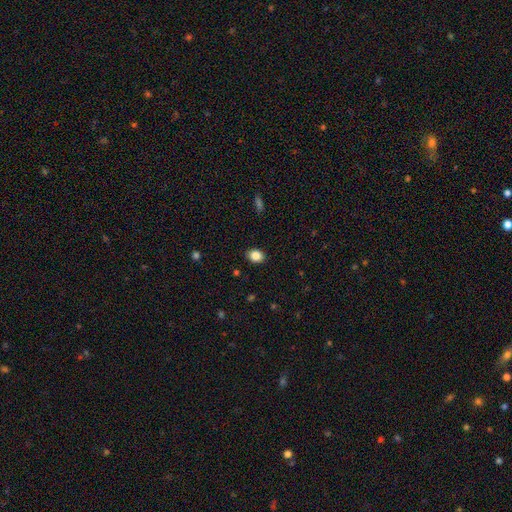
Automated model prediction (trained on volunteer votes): Smooth or featured? smooth (86%)
How rounded? in between (61%)
Merging? none (89%)